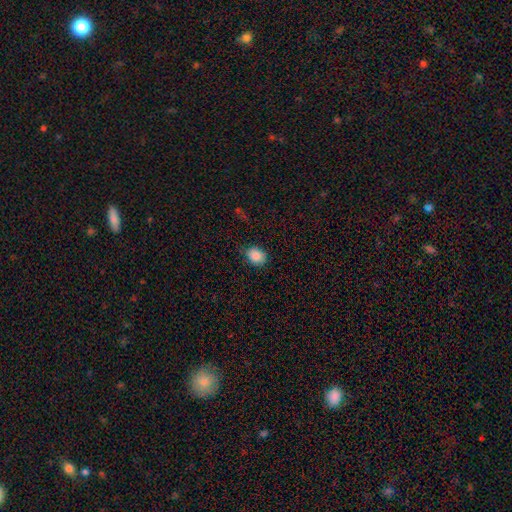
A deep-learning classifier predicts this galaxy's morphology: A smooth galaxy with no disk features (86%) that is round (51%).

Vote fractions:
- Smooth or featured? smooth: 86% / star or artifact: 9% / featured or disk: 4%
- How rounded? round: 51% / in between: 48% / cigar-shaped: 1%
- Merging? none: 73% / minor disturbance: 21% / major disturbance: 5% / merger: 1%